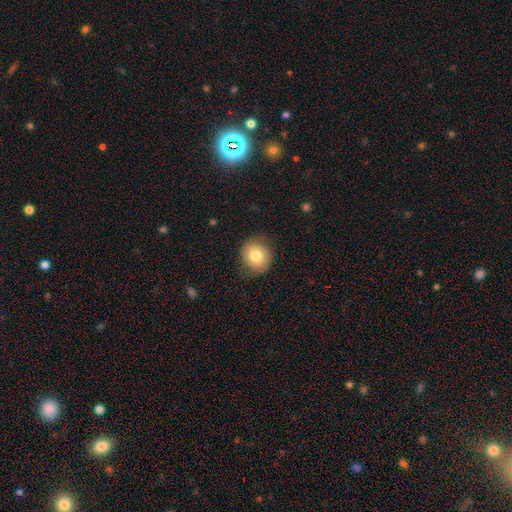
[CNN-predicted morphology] Smooth or featured? Predicted: smooth (p=0.77). How rounded? Predicted: round (p=0.79). Merging? Predicted: none (p=0.80).